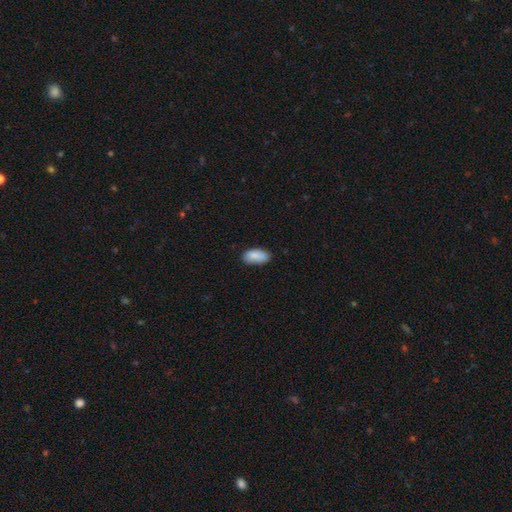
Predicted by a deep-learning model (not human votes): Overall: smooth (89%). How rounded: in between (93%). Merging: none (80%).